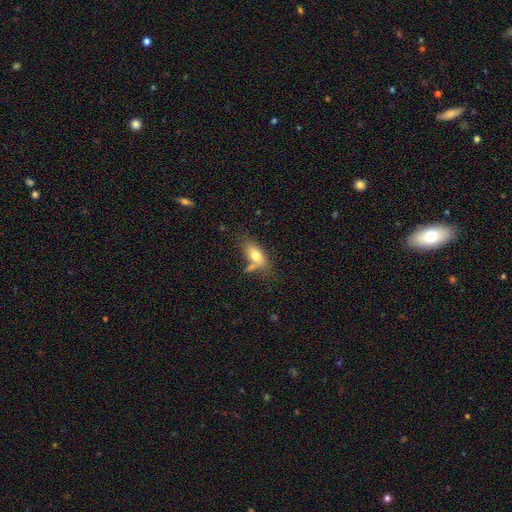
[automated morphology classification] Smooth or featured?
  - smooth: 74% *
  - featured or disk: 19%
  - star or artifact: 8%
How rounded?
  - in between: 85% *
  - cigar-shaped: 10%
  - round: 5%
Merging?
  - none: 54% *
  - merger: 20%
  - minor disturbance: 19%
  - major disturbance: 8%